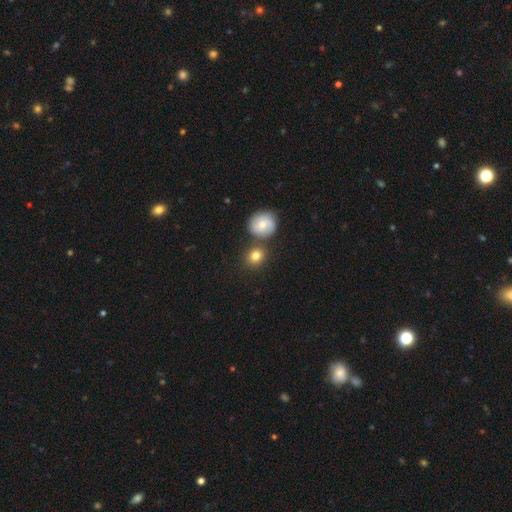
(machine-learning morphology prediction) Smooth or featured: smooth — 81% (featured or disk — 10%)
How rounded: round — 80% (in between — 19%)
Merging: none — 71% (merger — 17%)